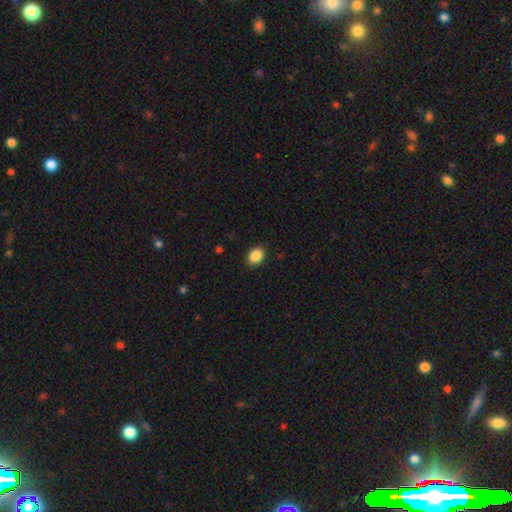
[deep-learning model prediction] Overall: smooth (88%). How rounded: in between (67%; round 32%). Merging: none (89%).